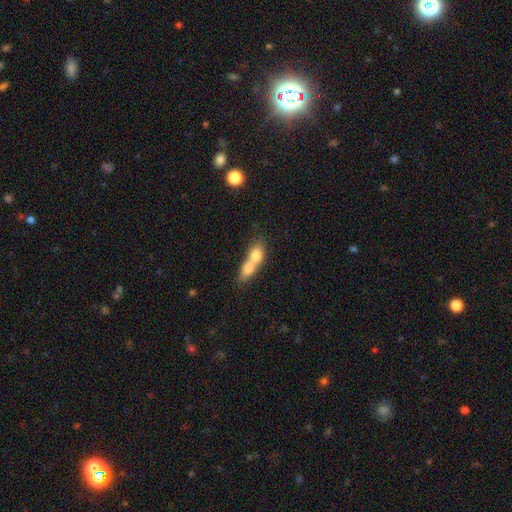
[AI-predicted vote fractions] This appears to be a smooth galaxy with no disk features (70%) that is in between round and cigar-shaped (59%). Merging: merger (77%).